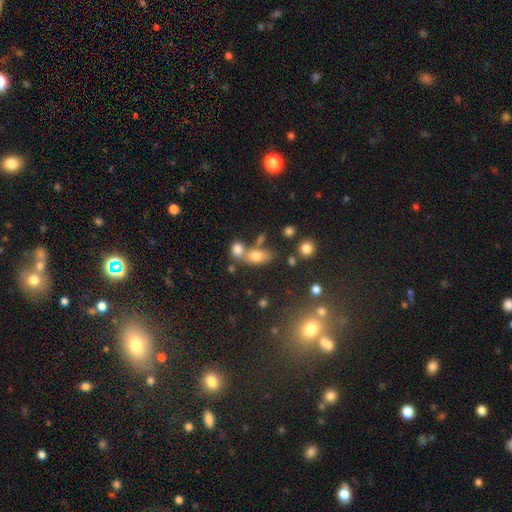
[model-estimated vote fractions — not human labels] A smooth galaxy with no disk features (71%) that is in between round and cigar-shaped (80%). Merging: none (43%).